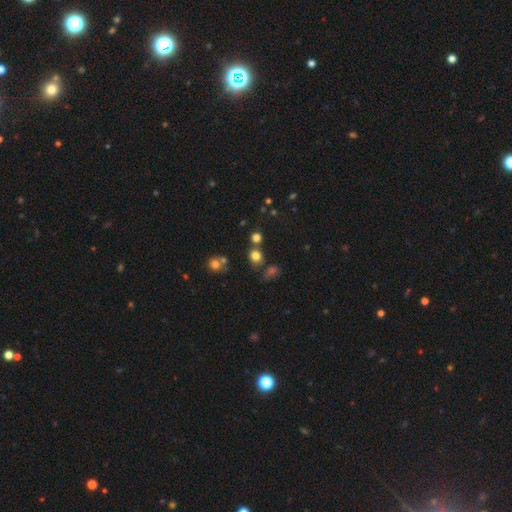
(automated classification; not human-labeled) A smooth galaxy with no disk features (76%) that is round (74%).

Vote fractions:
- Smooth or featured? smooth: 76% / star or artifact: 18% / featured or disk: 7%
- How rounded? round: 74% / in between: 24% / cigar-shaped: 1%
- Merging? none: 68% / merger: 16% / minor disturbance: 12% / major disturbance: 5%